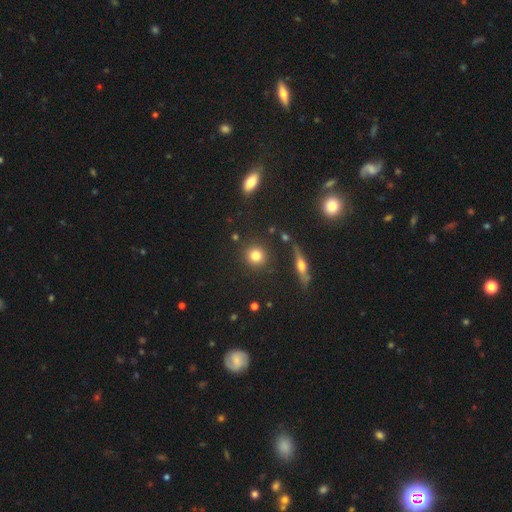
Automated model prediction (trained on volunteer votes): A smooth galaxy with no disk features (79%) that is round (90%).

Vote fractions:
- Smooth or featured? smooth: 79% / star or artifact: 11% / featured or disk: 10%
- How rounded? round: 90% / in between: 8% / cigar-shaped: 2%
- Merging? none: 87% / minor disturbance: 7% / merger: 3% / major disturbance: 3%